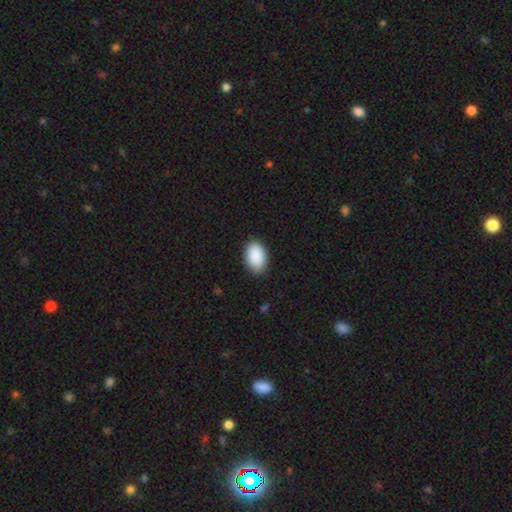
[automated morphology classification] Overall: smooth (91%). How rounded: in between (91%). Merging: none (87%).